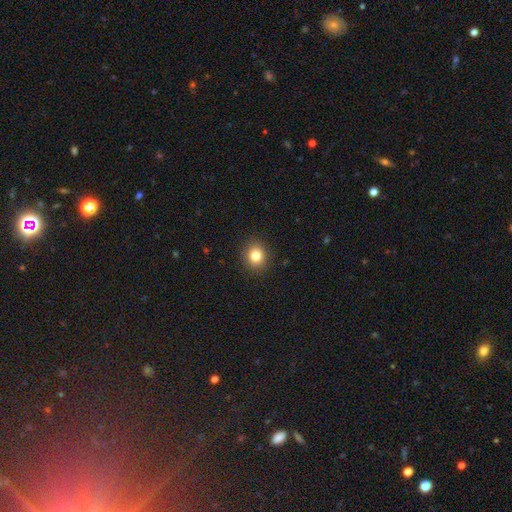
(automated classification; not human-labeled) smooth-or-featured: smooth: 82% | star or artifact: 11% | featured or disk: 7%
  how-rounded: round: 78% | in between: 21% | cigar-shaped: 1%
  merging: none: 90% | minor disturbance: 7% | major disturbance: 2% | merger: 1%